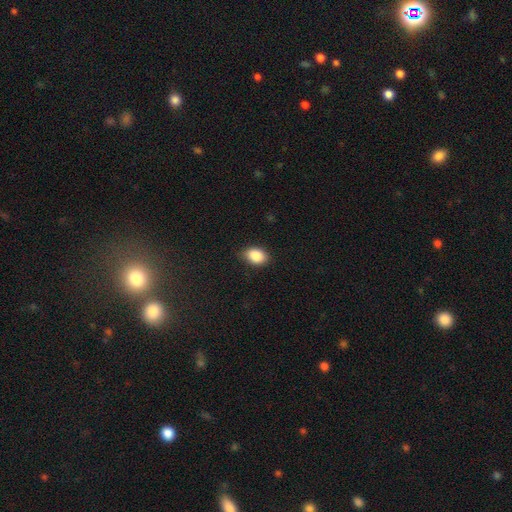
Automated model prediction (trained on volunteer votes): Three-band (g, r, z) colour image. It shows a smooth galaxy with no disk features (88%) that is in between round and cigar-shaped (82%). Merging: none (83%).